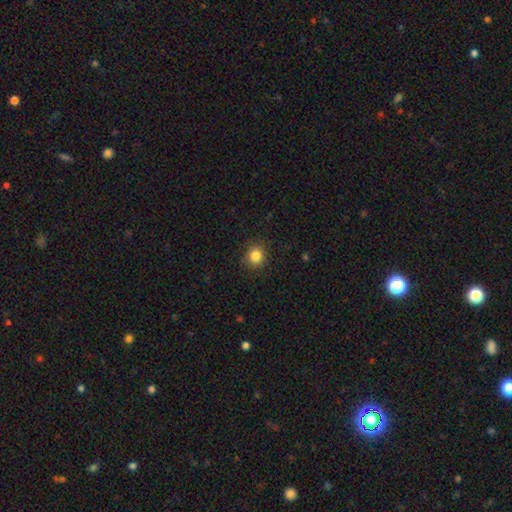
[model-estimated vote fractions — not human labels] This is clearly a smooth galaxy (84%). How rounded: clearly round (83%). Merging: clearly none (89%).